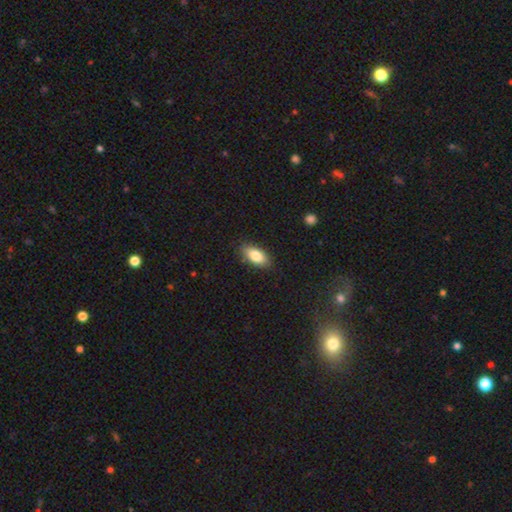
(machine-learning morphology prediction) smooth-or-featured: smooth: 81% | featured or disk: 12% | star or artifact: 7%
  how-rounded: in between: 88% | cigar-shaped: 9% | round: 3%
  merging: none: 86% | minor disturbance: 11% | major disturbance: 2% | merger: 1%